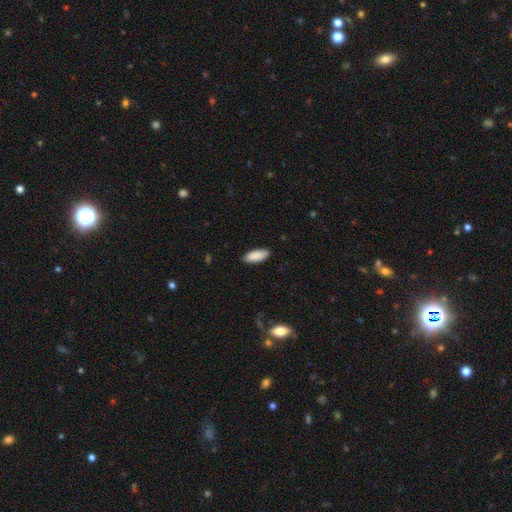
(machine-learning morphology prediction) smooth_or_featured: smooth (p=0.90) [alt: star or artifact p=0.06]
how_rounded: in between (p=0.83) [alt: cigar-shaped p=0.15]
merging: none (p=0.87) [alt: minor disturbance p=0.10]